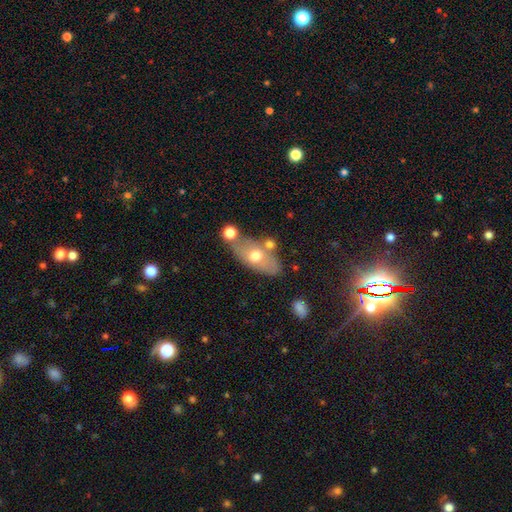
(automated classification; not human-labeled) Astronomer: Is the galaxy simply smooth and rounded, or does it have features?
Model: smooth — 58% (runner-up: featured or disk, 35%).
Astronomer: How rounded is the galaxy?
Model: in between — 82%.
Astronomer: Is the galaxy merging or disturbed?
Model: none — 54%.